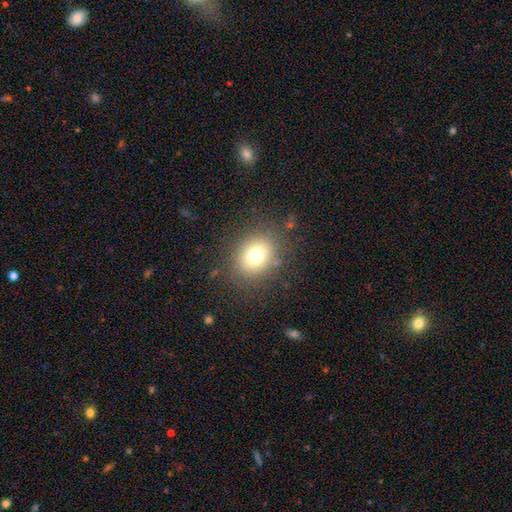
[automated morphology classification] Smooth or featured?
  - smooth: 75% *
  - star or artifact: 14%
  - featured or disk: 11%
How rounded?
  - round: 63% *
  - in between: 36%
  - cigar-shaped: 1%
Merging?
  - none: 83% *
  - minor disturbance: 10%
  - major disturbance: 5%
  - merger: 2%